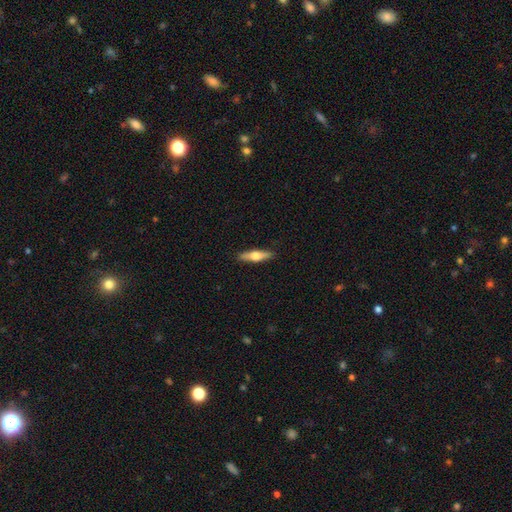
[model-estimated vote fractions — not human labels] Q: Smooth or featured?
A: featured or disk (50%); runner-up: smooth (45%)
Q: Merging?
A: none (90%); runner-up: minor disturbance (7%)